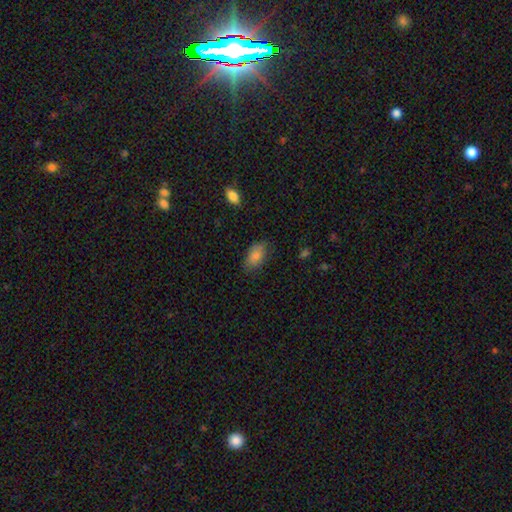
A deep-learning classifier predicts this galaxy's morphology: Smooth or featured? Predicted: smooth (p=0.82). How rounded? Predicted: in between (p=0.91). Merging? Predicted: none (p=0.74).